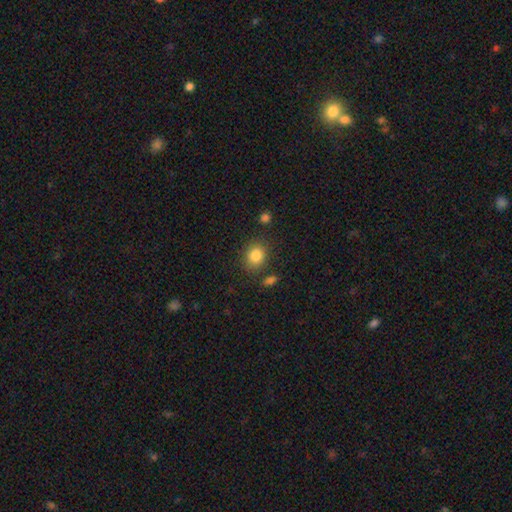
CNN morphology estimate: This is clearly a smooth galaxy (84%). How rounded: likely round (61%). Merging: clearly none (80%).